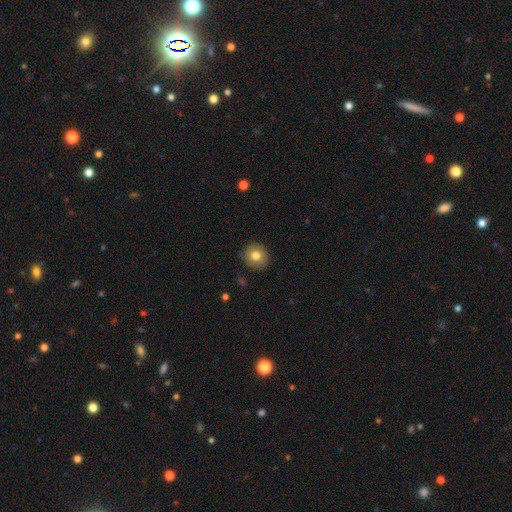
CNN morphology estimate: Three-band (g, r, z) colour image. It shows a smooth galaxy with no disk features (79%) that is round (85%). Merging: none (88%).